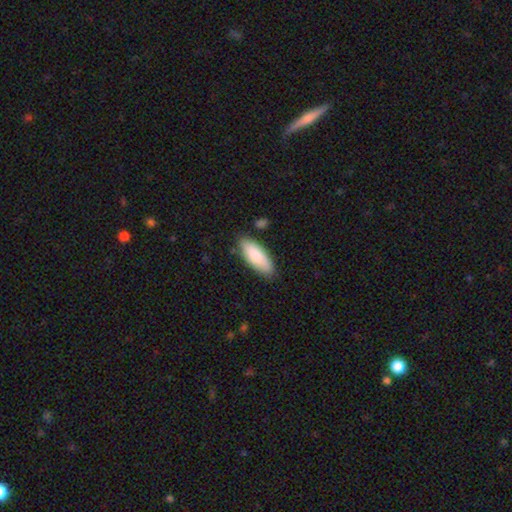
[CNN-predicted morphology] Q: Smooth or featured?
A: smooth (83%); runner-up: featured or disk (12%)
Q: How rounded?
A: in between (77%); runner-up: cigar-shaped (21%)
Q: Merging?
A: none (84%); runner-up: minor disturbance (12%)